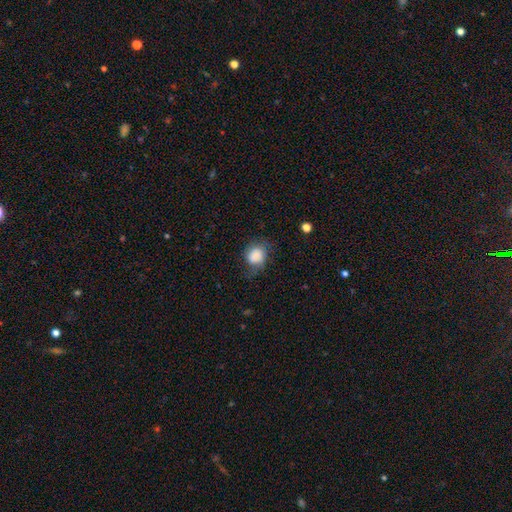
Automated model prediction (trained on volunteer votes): This appears to be a smooth galaxy with no disk features (74%) that is round (63%). Merging: none (47%).